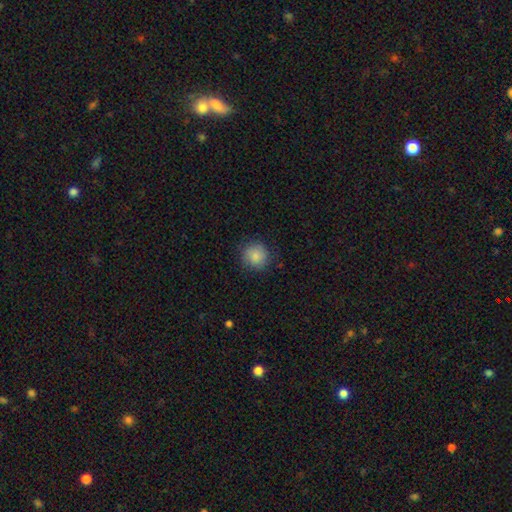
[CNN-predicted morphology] Smooth or featured: smooth — 85% (star or artifact — 8%)
How rounded: round — 92% (in between — 7%)
Merging: none — 83% (minor disturbance — 12%)